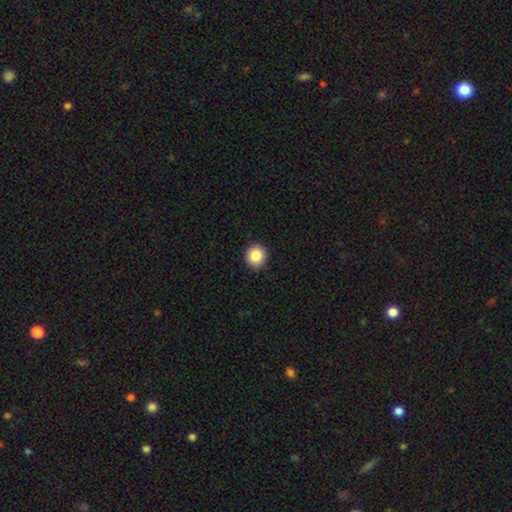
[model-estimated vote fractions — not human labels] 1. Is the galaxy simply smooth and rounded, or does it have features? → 85% smooth, 9% star or artifact, 6% featured or disk.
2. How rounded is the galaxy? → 90% round, 9% in between, 1% cigar-shaped.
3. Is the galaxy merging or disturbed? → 92% none, 5% minor disturbance, 2% major disturbance, 1% merger.